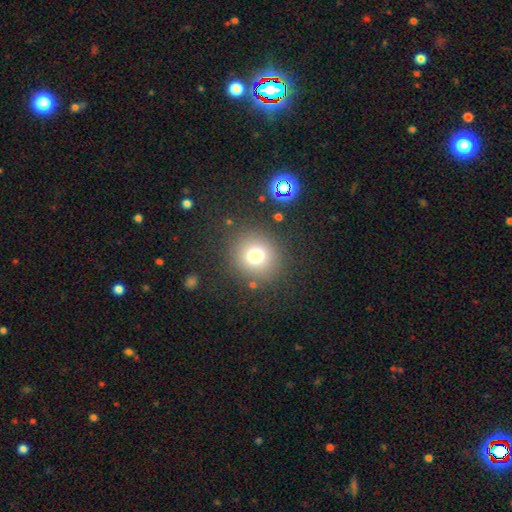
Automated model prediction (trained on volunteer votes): Smooth or featured?
  - smooth: 72% *
  - star or artifact: 18%
  - featured or disk: 10%
How rounded?
  - round: 88% *
  - in between: 11%
  - cigar-shaped: 1%
Merging?
  - none: 84% *
  - minor disturbance: 8%
  - major disturbance: 4%
  - merger: 3%